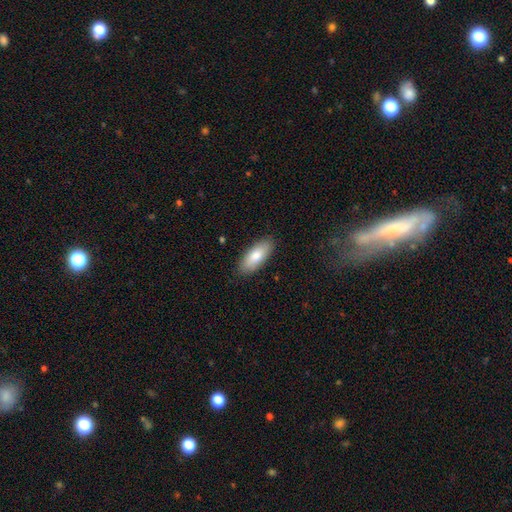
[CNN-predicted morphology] Smooth or featured? smooth (79%)
How rounded? in between (82%)
Merging? none (88%)